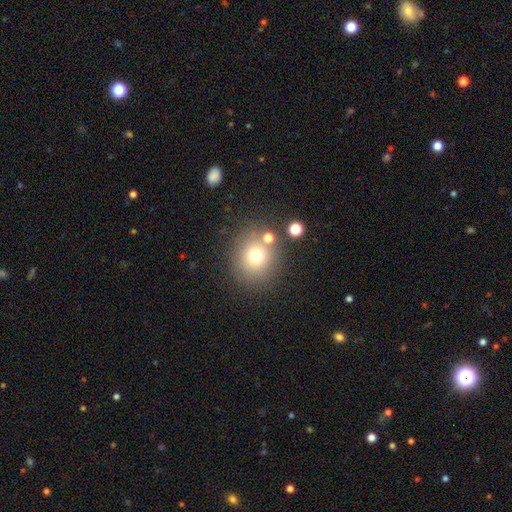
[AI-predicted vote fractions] Q: Smooth or featured?
A: smooth (72%); runner-up: star or artifact (16%)
Q: How rounded?
A: round (85%); runner-up: in between (14%)
Q: Merging?
A: none (76%); runner-up: merger (10%)